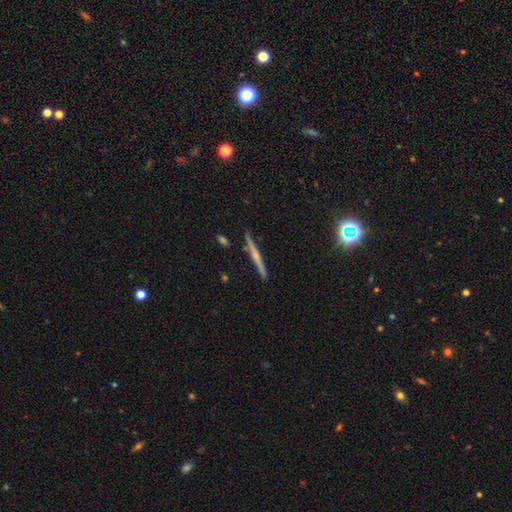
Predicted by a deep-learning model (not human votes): featured or disk 65%, smooth 26%, star or artifact 9%. Down the decision tree: edge-on disk — yes (97%); edge-on bulge — rounded (56%); merging — none (89%).